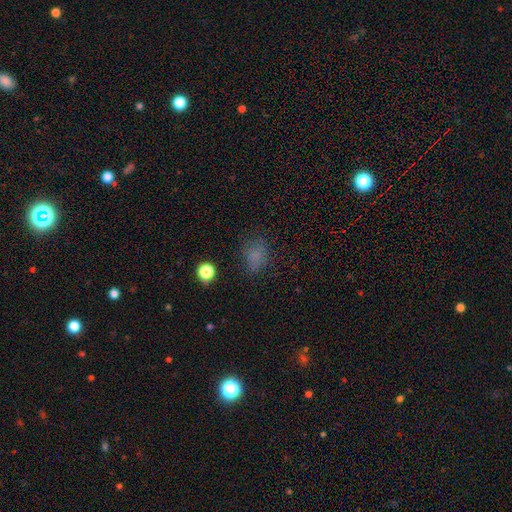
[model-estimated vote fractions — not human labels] Overall: smooth (73%). How rounded: in between (56%; round 43%). Merging: none (72%).